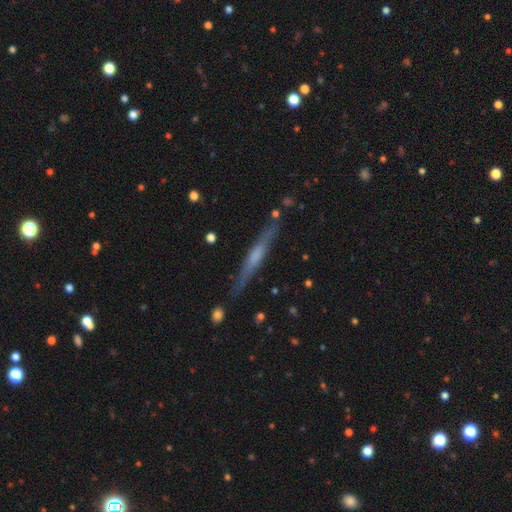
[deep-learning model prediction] Overall: featured or disk (61%; smooth 33%). Edge-on disk: yes (95%). Edge-on bulge: none (43%; rounded 37%). Merging: none (84%).